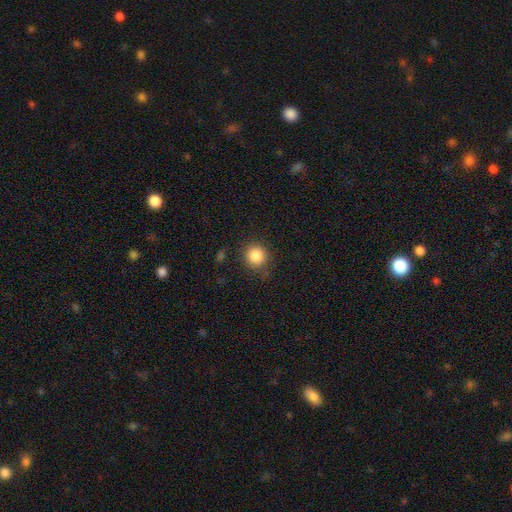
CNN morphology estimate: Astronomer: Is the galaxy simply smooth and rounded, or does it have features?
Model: smooth — 86%.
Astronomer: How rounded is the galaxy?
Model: round — 89%.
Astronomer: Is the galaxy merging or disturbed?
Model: none — 83%.